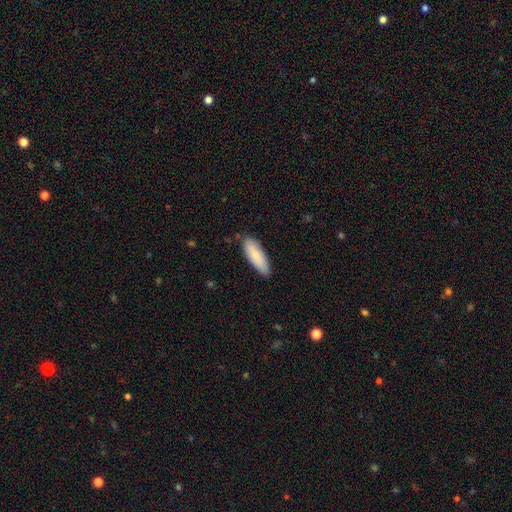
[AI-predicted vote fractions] smooth_or_featured: smooth (p=0.81) [alt: featured or disk p=0.13]
how_rounded: in between (p=0.61) [alt: cigar-shaped p=0.38]
merging: none (p=0.80) [alt: minor disturbance p=0.16]